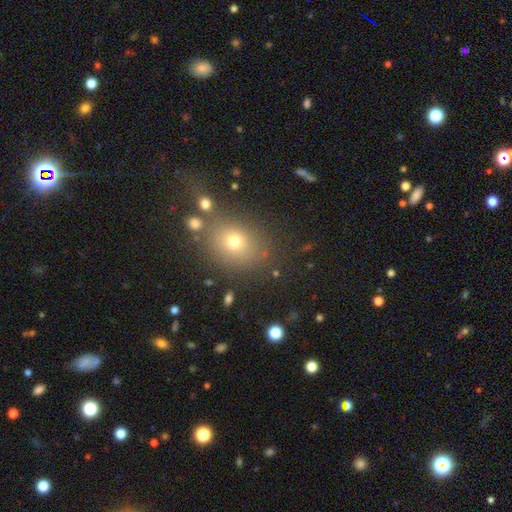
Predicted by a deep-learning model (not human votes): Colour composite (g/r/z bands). It shows a smooth galaxy with no disk features (61%) that is round (57%). Merging: none (72%).